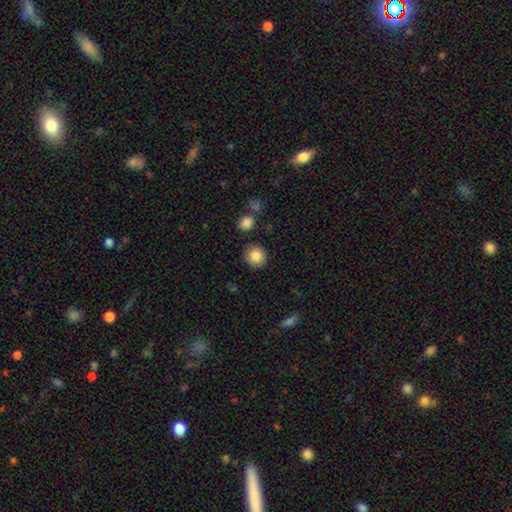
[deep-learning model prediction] A smooth galaxy with no disk features (86%) that is round (91%). Merging: none (86%).